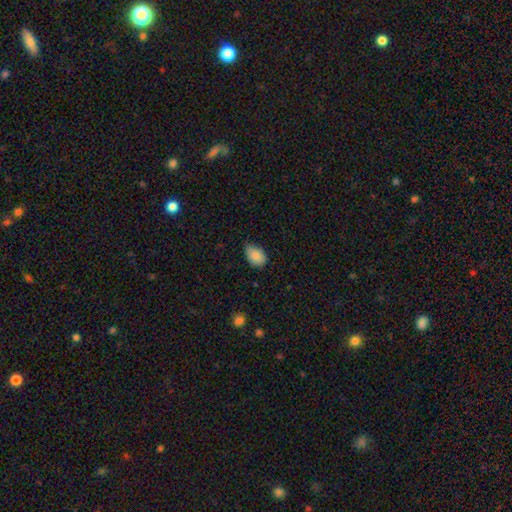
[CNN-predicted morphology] Smooth or featured? smooth (86%)
How rounded? in between (83%)
Merging? none (63%)